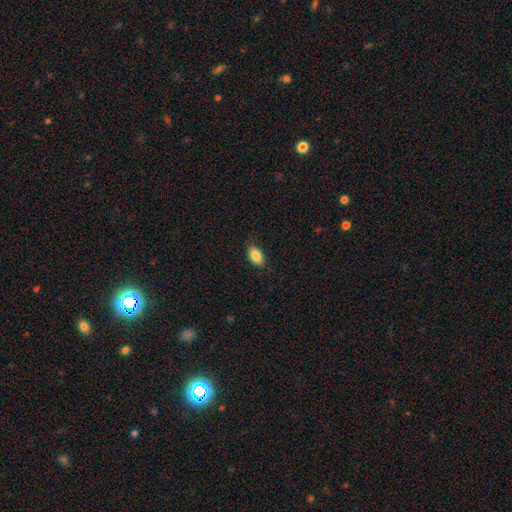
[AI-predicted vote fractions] Q: Smooth or featured?
A: smooth (87%); runner-up: star or artifact (8%)
Q: How rounded?
A: in between (91%); runner-up: round (6%)
Q: Merging?
A: none (84%); runner-up: minor disturbance (12%)